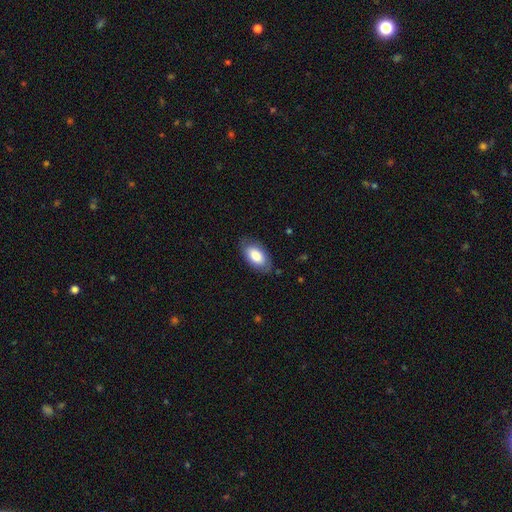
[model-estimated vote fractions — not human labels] A smooth galaxy with no disk features (80%) that is in between round and cigar-shaped (95%).

Vote fractions:
- Smooth or featured? smooth: 80% / featured or disk: 14% / star or artifact: 6%
- How rounded? in between: 95% / round: 3% / cigar-shaped: 2%
- Merging? none: 80% / minor disturbance: 15% / major disturbance: 4% / merger: 1%